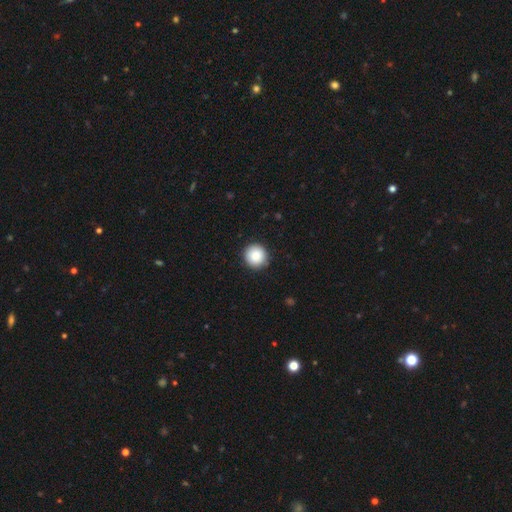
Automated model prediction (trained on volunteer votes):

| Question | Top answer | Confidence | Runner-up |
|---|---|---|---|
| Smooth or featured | smooth | 88% | star or artifact (8%) |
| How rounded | round | 95% | in between (5%) |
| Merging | none | 91% | minor disturbance (6%) |